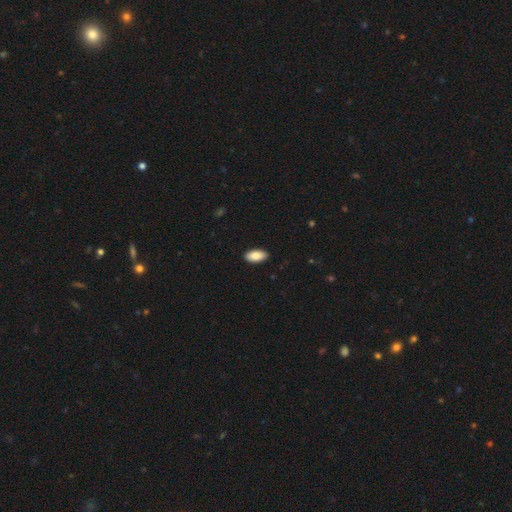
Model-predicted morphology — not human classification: Smooth or featured? Predicted: smooth (p=0.88). How rounded? Predicted: in between (p=0.94). Merging? Predicted: none (p=0.90).